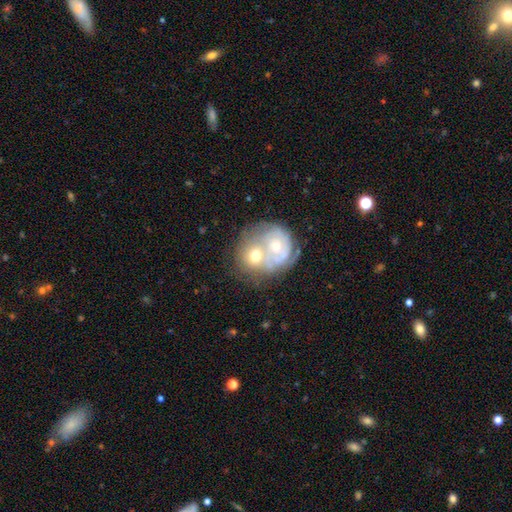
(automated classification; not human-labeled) Morphology: type=featured or disk (57%); edge-on=no (97%); bar=no (82%); spiral arms=yes (54%); bulge=moderate (56%); merging=merger (70%).